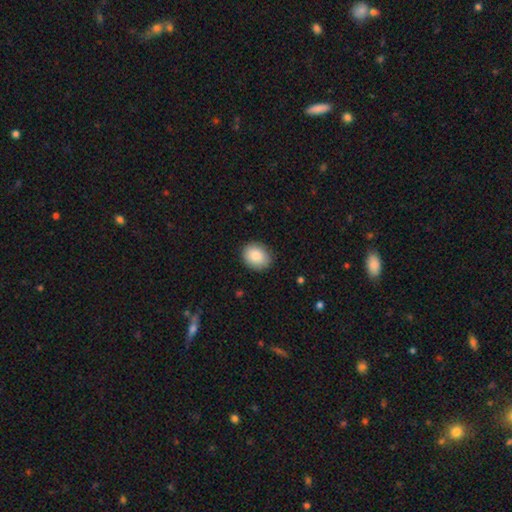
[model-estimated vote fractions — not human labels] Morphology: type=smooth (87%); roundness=in between (50%); merging=none (87%).